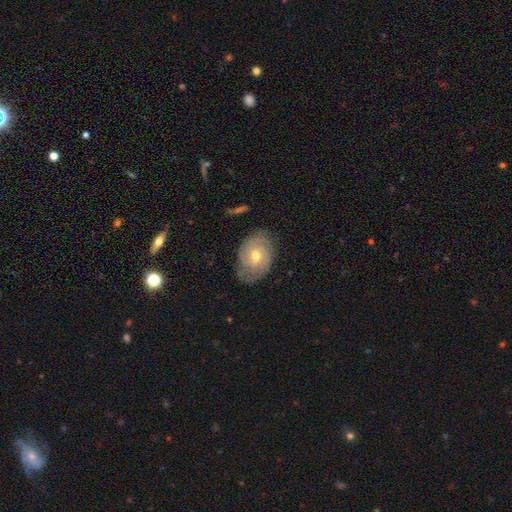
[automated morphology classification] Overall: featured or disk (74%). Edge-on disk: no (96%). Bar: no (69%). Spiral arms: yes (90%). Spiral arm count: 2 (48%; can't tell 27%). Spiral winding: tight (64%; medium 28%). Bulge size: moderate (51%; small 46%). Merging: none (74%).